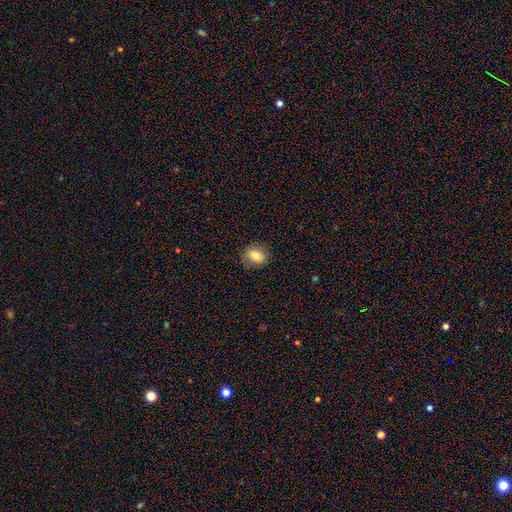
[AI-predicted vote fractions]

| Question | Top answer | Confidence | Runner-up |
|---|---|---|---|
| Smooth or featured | smooth | 77% | featured or disk (14%) |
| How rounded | round | 49% | tied: in between (49%) |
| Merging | none | 80% | minor disturbance (15%) |